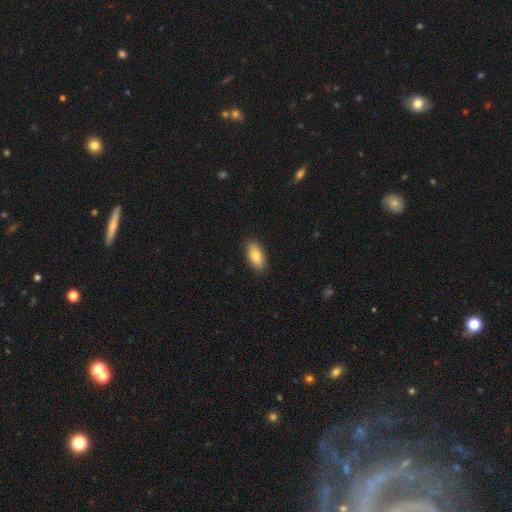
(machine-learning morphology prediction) Smooth or featured? smooth (80%)
How rounded? in between (91%)
Merging? none (89%)